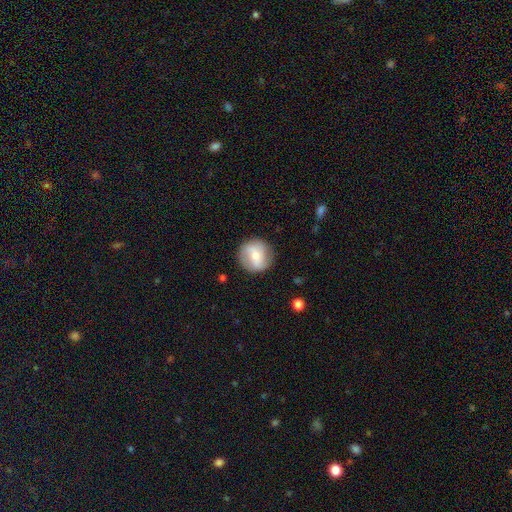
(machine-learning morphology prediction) type=smooth (52%); roundness=round (93%); merging=none (85%).